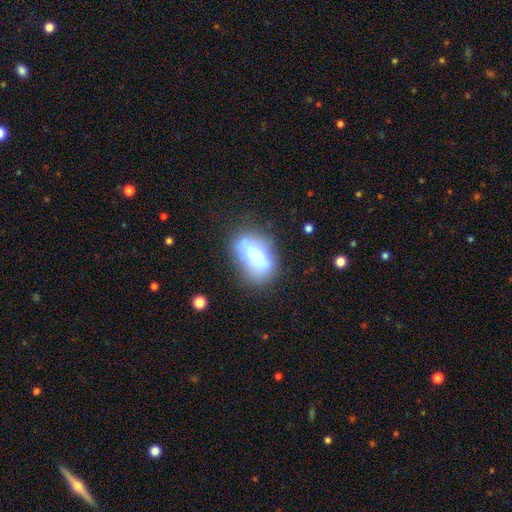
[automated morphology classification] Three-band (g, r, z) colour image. It shows a smooth galaxy with no disk features (62%) that is in between round and cigar-shaped (82%). Merging: none (52%).